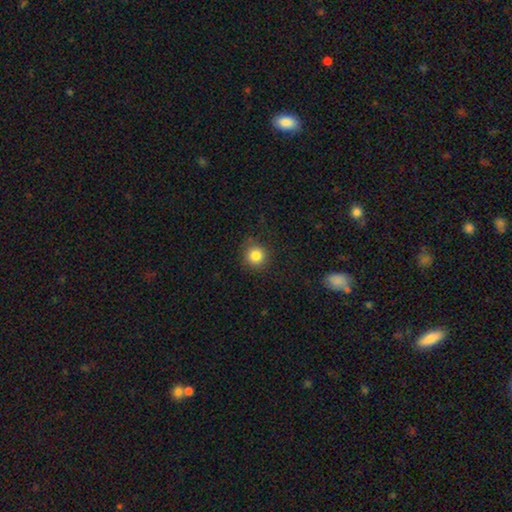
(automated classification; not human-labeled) smooth 83%, star or artifact 11%, featured or disk 5%. Down the decision tree: how rounded — round (94%); merging — none (87%).